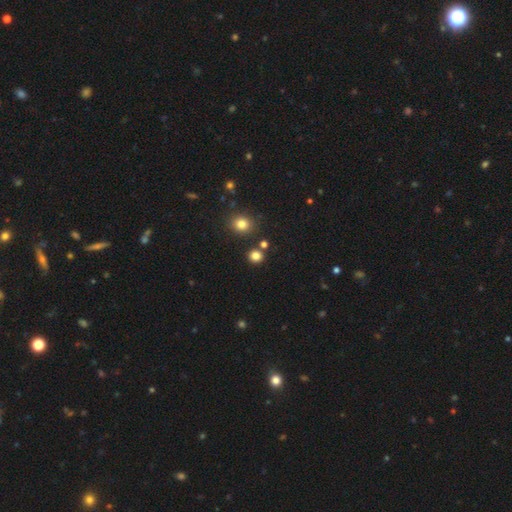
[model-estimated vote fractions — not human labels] Overall: smooth (81%). How rounded: round (83%). Merging: none (83%).